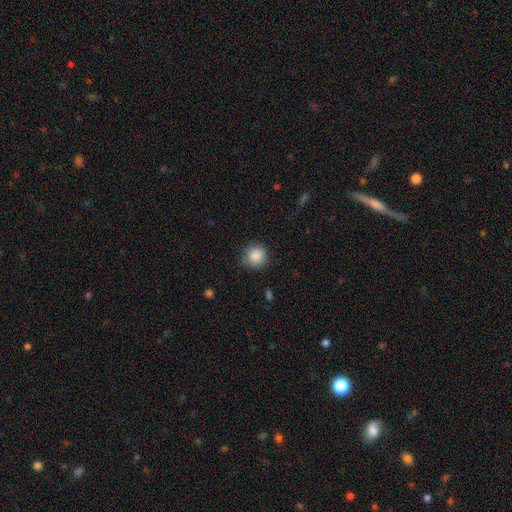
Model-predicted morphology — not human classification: Q: Smooth or featured?
A: smooth (88%); runner-up: star or artifact (8%)
Q: How rounded?
A: round (92%); runner-up: in between (7%)
Q: Merging?
A: none (80%); runner-up: minor disturbance (15%)